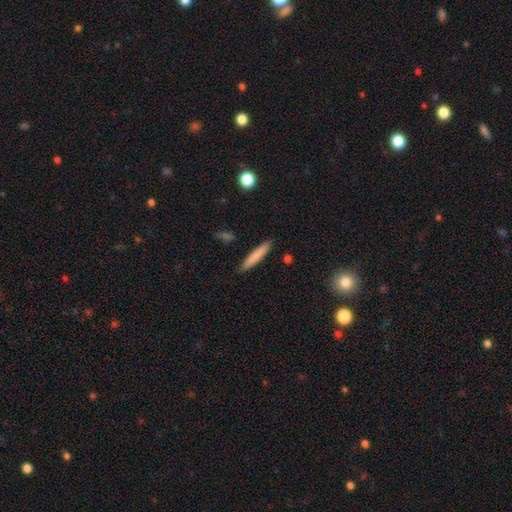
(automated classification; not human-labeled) A smooth galaxy with no disk features (79%) that is cigar-shaped (92%).

Vote fractions:
- Smooth or featured? smooth: 79% / featured or disk: 15% / star or artifact: 6%
- How rounded? cigar-shaped: 92% / in between: 7% / round: 1%
- Merging? none: 89% / minor disturbance: 7% / merger: 2% / major disturbance: 2%